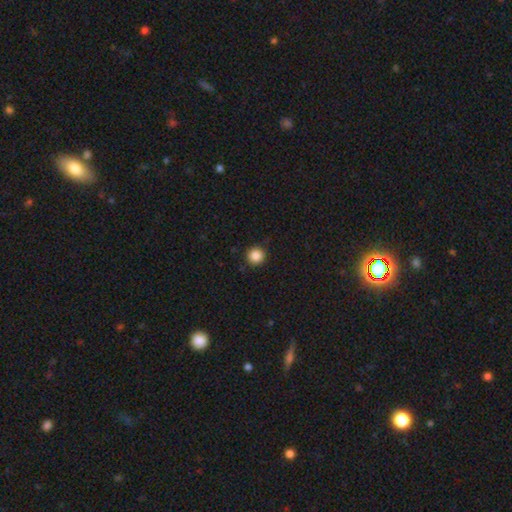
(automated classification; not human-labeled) This appears to be a smooth galaxy with no disk features (87%) that is round (95%). Merging: none (92%).